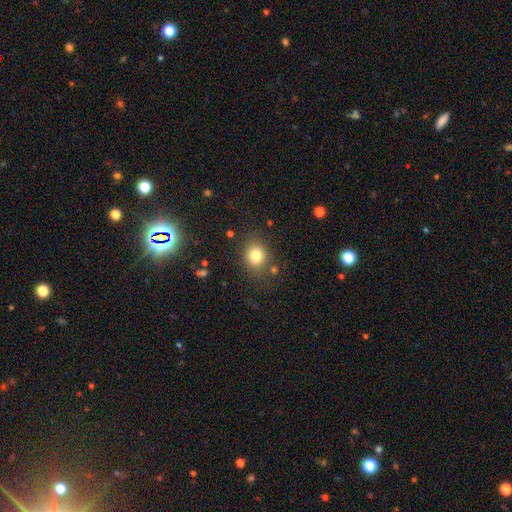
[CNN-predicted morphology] smooth 79%, star or artifact 13%, featured or disk 8%. Down the decision tree: how rounded — round (74%); merging — none (82%).